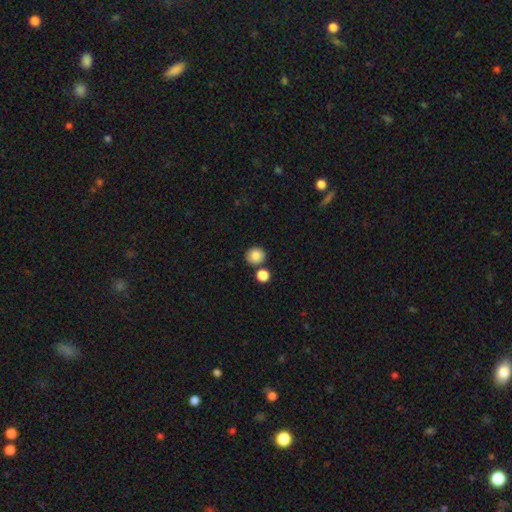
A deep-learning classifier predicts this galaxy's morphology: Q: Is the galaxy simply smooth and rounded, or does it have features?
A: smooth — 85%.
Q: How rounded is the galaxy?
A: round — 87%.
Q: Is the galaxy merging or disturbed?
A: none — 75%.